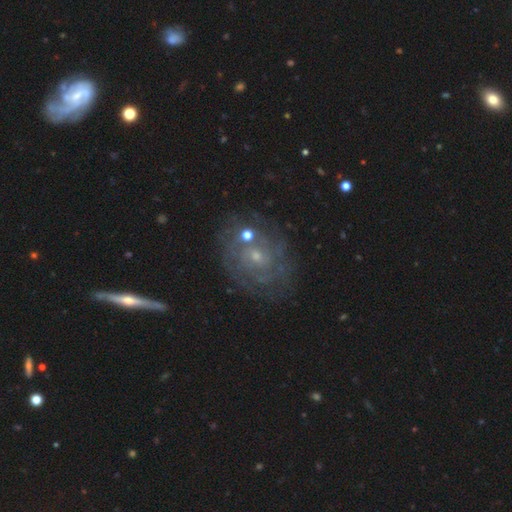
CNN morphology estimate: featured or disk 77%, smooth 13%, star or artifact 10%. Down the decision tree: edge-on disk — no (95%); bar — no (73%); spiral arms — yes (84%); spiral arm count — can't tell (51%); spiral winding — tight (71%); bulge size — small (72%); merging — none (71%).